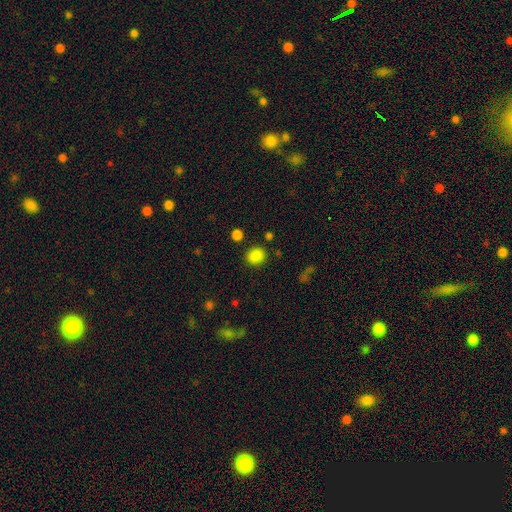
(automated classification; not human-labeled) Smooth or featured?
  - smooth: 85% *
  - star or artifact: 12%
  - featured or disk: 3%
How rounded?
  - round: 68% *
  - in between: 31%
  - cigar-shaped: 1%
Merging?
  - none: 85% *
  - minor disturbance: 9%
  - major disturbance: 3%
  - merger: 3%